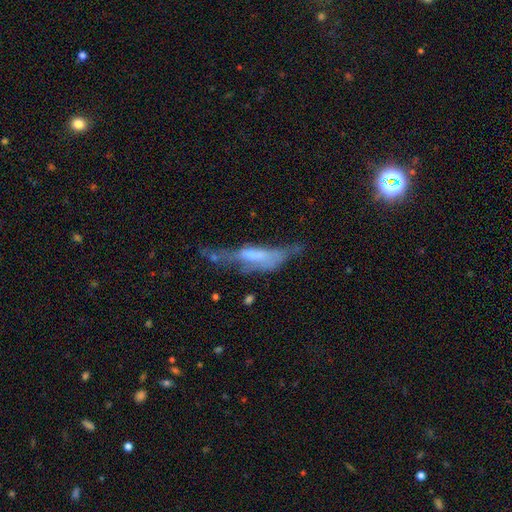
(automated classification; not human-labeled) This is possibly a featured or disk galaxy (53%). It is possibly not viewed edge-on (56%). Merging: marginally major disturbance (39%).